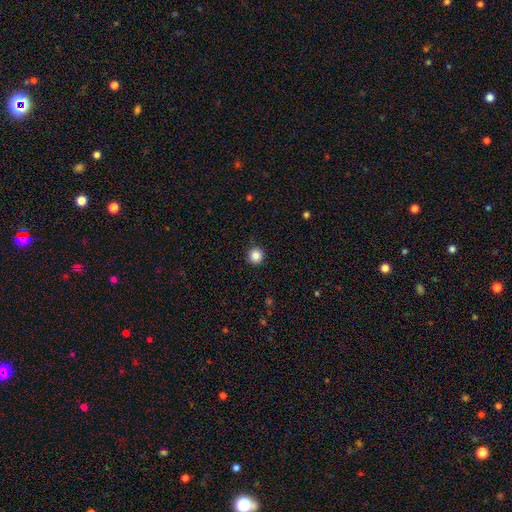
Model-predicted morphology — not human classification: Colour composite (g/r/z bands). It shows a smooth galaxy with no disk features (87%) that is round (96%). Merging: none (90%).